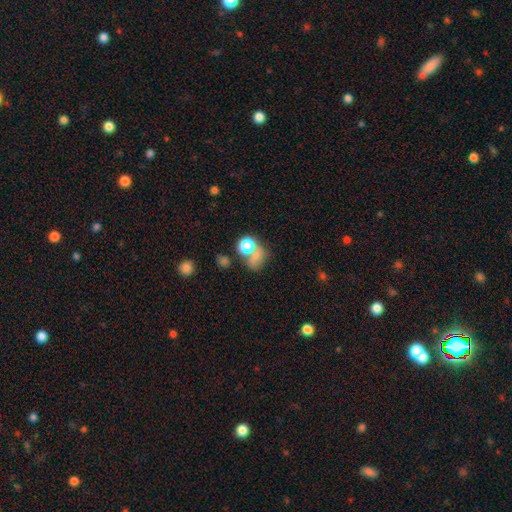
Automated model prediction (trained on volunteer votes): Morphology: type=smooth (65%); roundness=round (58%); merging=merger (38%).